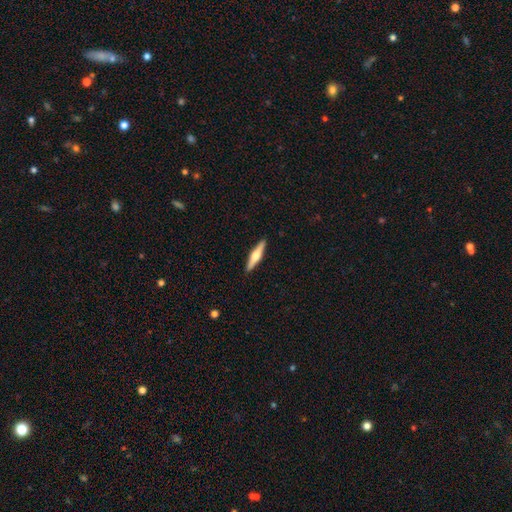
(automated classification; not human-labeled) smooth-or-featured: featured or disk: 60% | smooth: 35% | star or artifact: 5%
  disk-edge-on: yes: 97% | no: 3%
    edge-on-bulge: rounded: 90% | boxy: 7% | none: 3%
  merging: none: 91% | minor disturbance: 6% | major disturbance: 1% | merger: 1%